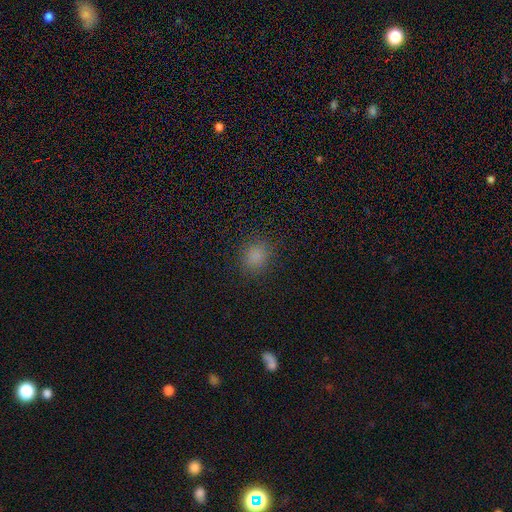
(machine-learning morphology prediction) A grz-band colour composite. It shows a smooth galaxy with no disk features (82%) that is round (74%). Merging: none (87%).